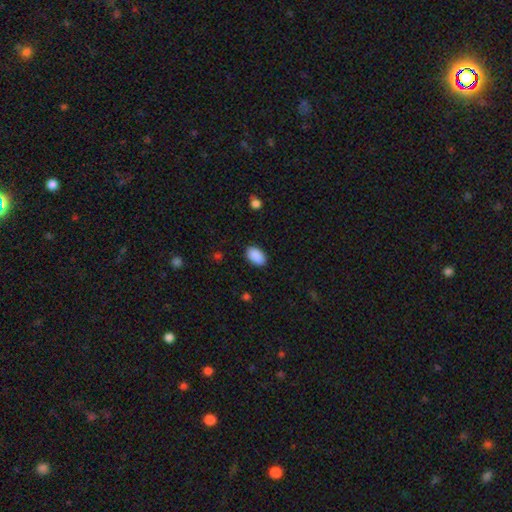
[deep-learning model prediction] A smooth galaxy with no disk features (91%) that is in between round and cigar-shaped (91%).

Vote fractions:
- Smooth or featured? smooth: 91% / star or artifact: 7% / featured or disk: 3%
- How rounded? in between: 91% / round: 8% / cigar-shaped: 1%
- Merging? none: 87% / minor disturbance: 9% / major disturbance: 2% / merger: 1%